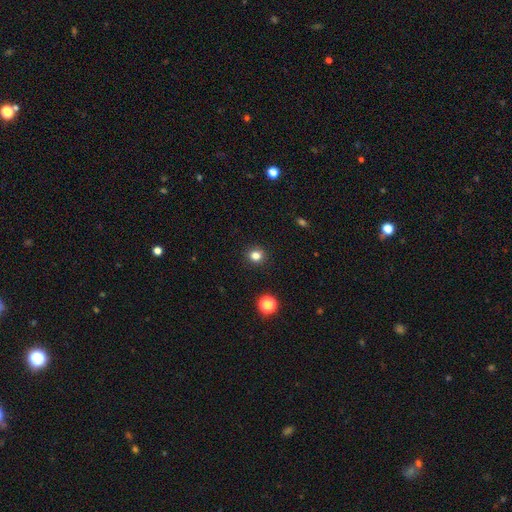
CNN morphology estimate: Smooth or featured?
  - smooth: 80% *
  - star or artifact: 15%
  - featured or disk: 5%
How rounded?
  - round: 86% *
  - in between: 13%
  - cigar-shaped: 1%
Merging?
  - none: 91% *
  - minor disturbance: 6%
  - major disturbance: 2%
  - merger: 1%